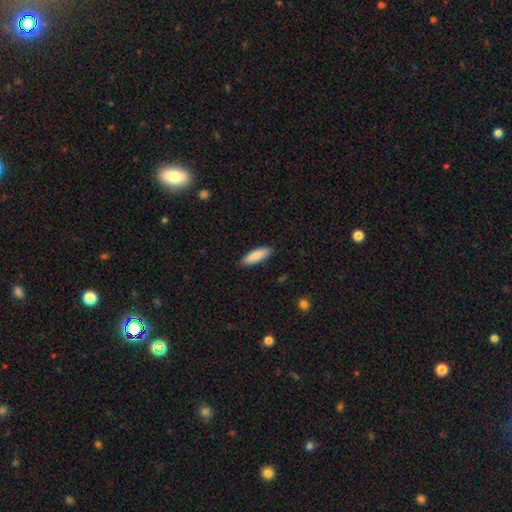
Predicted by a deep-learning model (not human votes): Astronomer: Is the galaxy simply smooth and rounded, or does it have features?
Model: smooth — 86%.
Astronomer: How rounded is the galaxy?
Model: in between — 50% (runner-up: cigar-shaped, 49%).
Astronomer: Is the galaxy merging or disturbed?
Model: none — 88%.